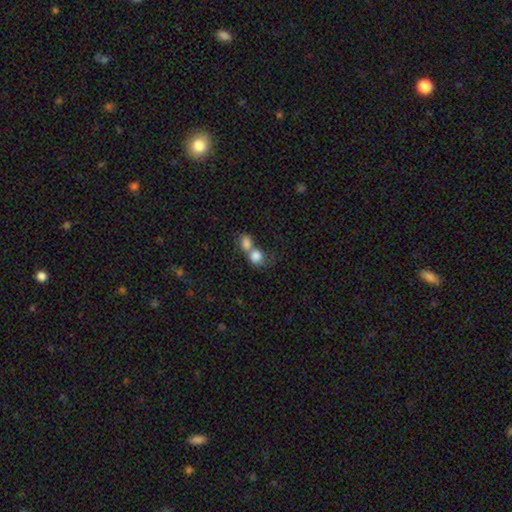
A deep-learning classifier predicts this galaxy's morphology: Smooth or featured? smooth (82%)
How rounded? round (68%)
Merging? merger (68%)